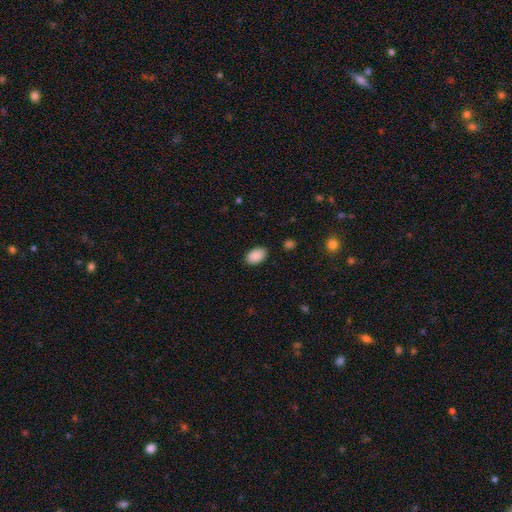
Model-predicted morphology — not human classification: smooth 90%, star or artifact 7%, featured or disk 3%. Down the decision tree: how rounded — in between (91%); merging — none (88%).